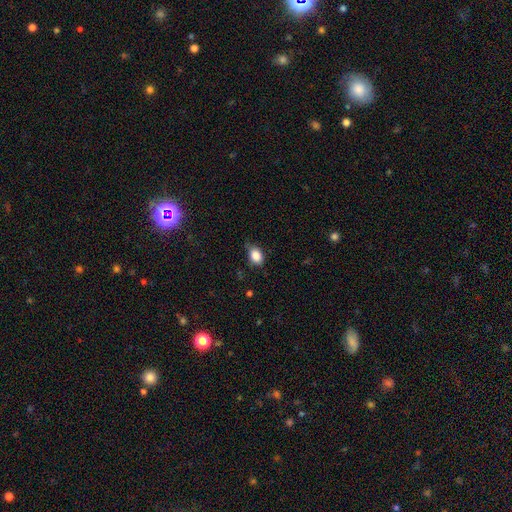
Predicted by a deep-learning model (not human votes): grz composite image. It shows a smooth galaxy with no disk features (85%) that is in between round and cigar-shaped (70%). Merging: none (62%).